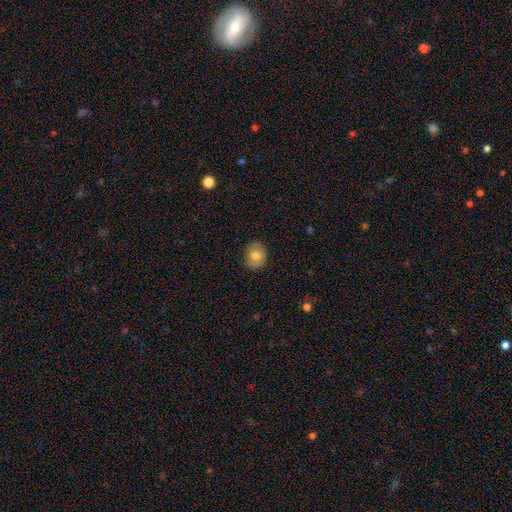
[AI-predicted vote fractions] Q: Smooth or featured?
A: smooth (77%); runner-up: featured or disk (15%)
Q: How rounded?
A: round (69%); runner-up: in between (30%)
Q: Merging?
A: none (82%); runner-up: minor disturbance (14%)